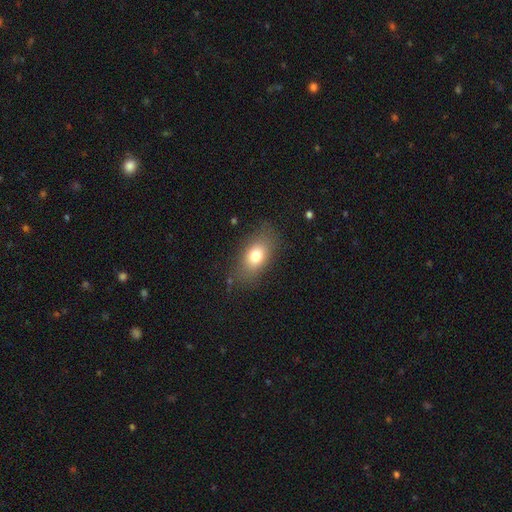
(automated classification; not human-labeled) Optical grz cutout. It shows a smooth galaxy with no disk features (75%) that is in between round and cigar-shaped (82%). Merging: none (79%).